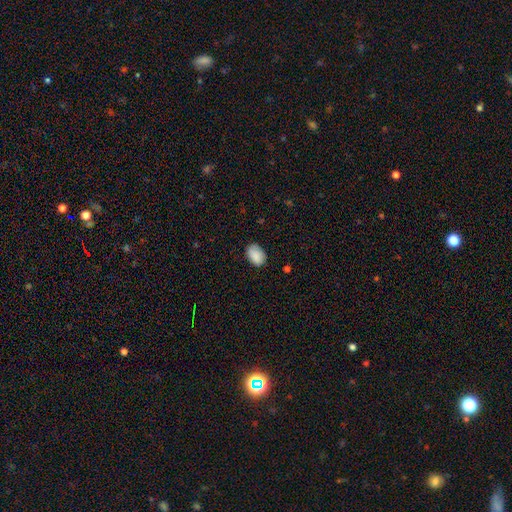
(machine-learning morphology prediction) smooth_or_featured: smooth (p=0.88) [alt: star or artifact p=0.07]
how_rounded: in between (p=0.86) [alt: round p=0.12]
merging: none (p=0.77) [alt: minor disturbance p=0.19]